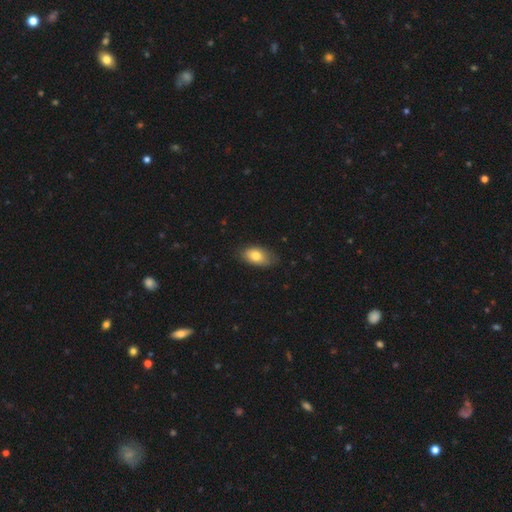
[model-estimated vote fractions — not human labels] A smooth galaxy with no disk features (78%) that is in between round and cigar-shaped (91%). Merging: none (73%).